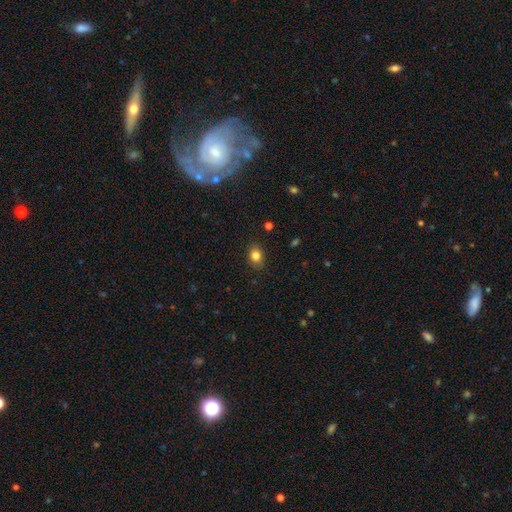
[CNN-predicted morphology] A smooth galaxy with no disk features (82%) that is in between round and cigar-shaped (60%). Merging: none (84%).